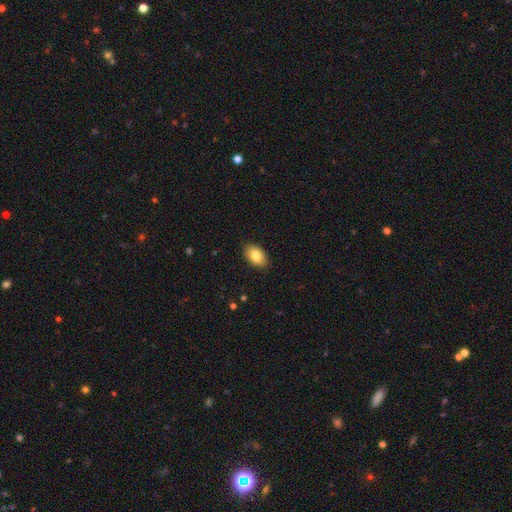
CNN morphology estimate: smooth-or-featured: smooth: 83% | featured or disk: 10% | star or artifact: 7%
  how-rounded: in between: 91% | round: 8% | cigar-shaped: 1%
  merging: none: 88% | minor disturbance: 9% | major disturbance: 2% | merger: 1%